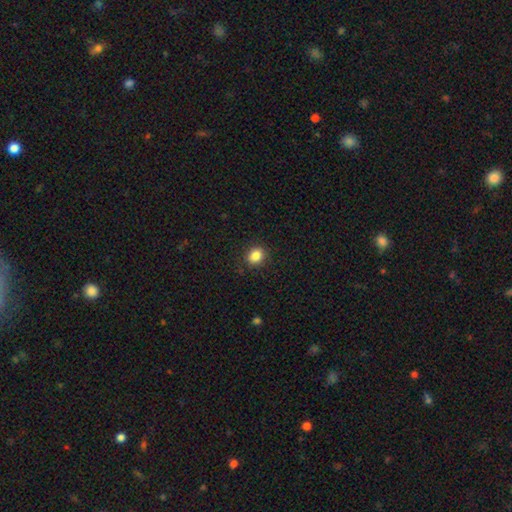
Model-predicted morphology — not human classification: smooth_or_featured: smooth (p=0.85) [alt: star or artifact p=0.10]
how_rounded: round (p=0.61) [alt: in between p=0.38]
merging: none (p=0.89) [alt: minor disturbance p=0.08]